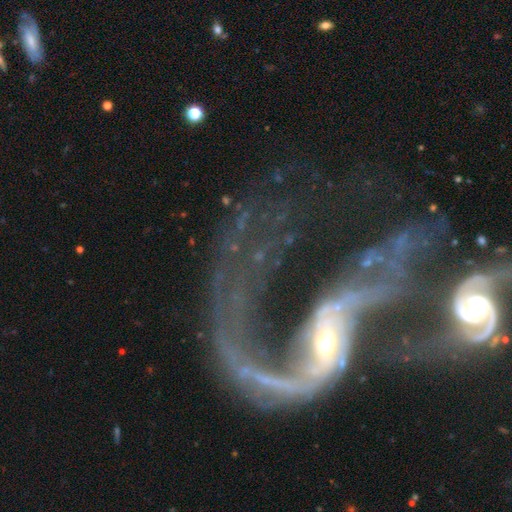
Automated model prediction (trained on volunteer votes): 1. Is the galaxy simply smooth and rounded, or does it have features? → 85% featured or disk, 8% star or artifact, 7% smooth.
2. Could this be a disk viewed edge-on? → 95% no, 5% yes.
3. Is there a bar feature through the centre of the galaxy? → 35% weak (tied), 35% no (tied), 30% strong.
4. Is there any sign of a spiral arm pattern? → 86% yes, 14% no.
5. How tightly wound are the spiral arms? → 82% loose, 13% medium, 5% tight.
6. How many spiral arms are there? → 71% 2, 16% 1, 6% can't tell, 3% 3, 2% 4, 2% more than 4.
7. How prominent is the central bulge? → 48% small, 43% moderate, 4% large, 3% none, 2% dominant.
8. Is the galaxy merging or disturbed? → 41% major disturbance, 27% merger, 21% none, 10% minor disturbance.